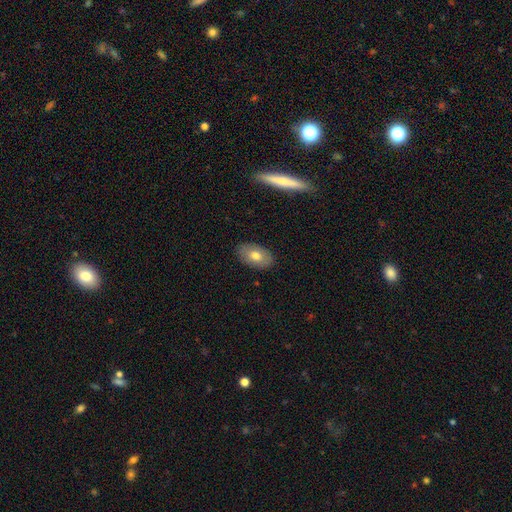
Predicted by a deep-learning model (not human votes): The model was most divided on "smooth or featured": smooth: 72%, featured or disk: 21%, star or artifact: 7%. More confident: how rounded — in between (91%); merging — none (86%).